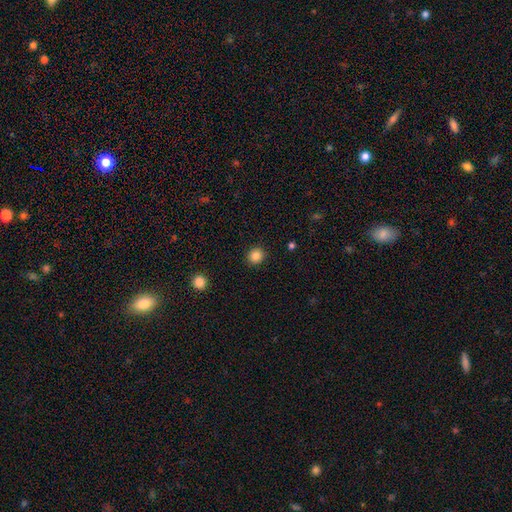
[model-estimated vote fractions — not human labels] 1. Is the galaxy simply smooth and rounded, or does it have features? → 85% smooth, 11% star or artifact, 4% featured or disk.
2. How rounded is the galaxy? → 86% round, 13% in between, 1% cigar-shaped.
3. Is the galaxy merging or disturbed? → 92% none, 5% minor disturbance, 2% major disturbance, 1% merger.